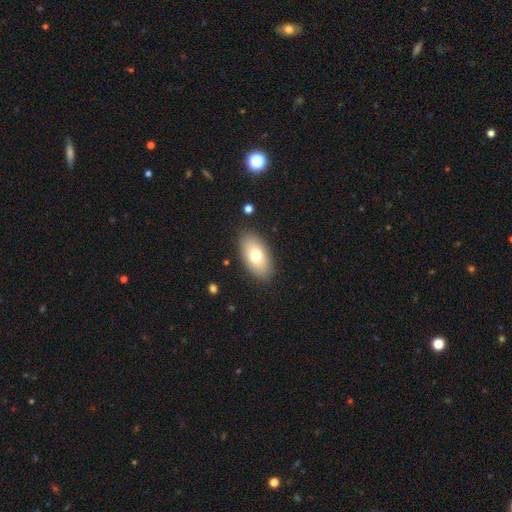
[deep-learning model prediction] Smooth or featured?
  - smooth: 74% *
  - featured or disk: 19%
  - star or artifact: 7%
How rounded?
  - in between: 93% *
  - cigar-shaped: 4%
  - round: 3%
Merging?
  - none: 87% *
  - minor disturbance: 9%
  - major disturbance: 3%
  - merger: 1%